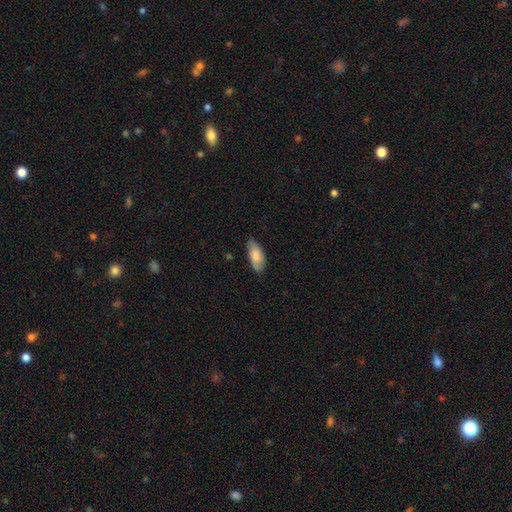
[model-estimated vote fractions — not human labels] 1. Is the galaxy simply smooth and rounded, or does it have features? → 76% smooth, 18% featured or disk, 6% star or artifact.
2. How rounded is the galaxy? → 89% in between, 9% cigar-shaped, 2% round.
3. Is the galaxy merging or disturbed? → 77% none, 19% minor disturbance, 3% major disturbance, 1% merger.